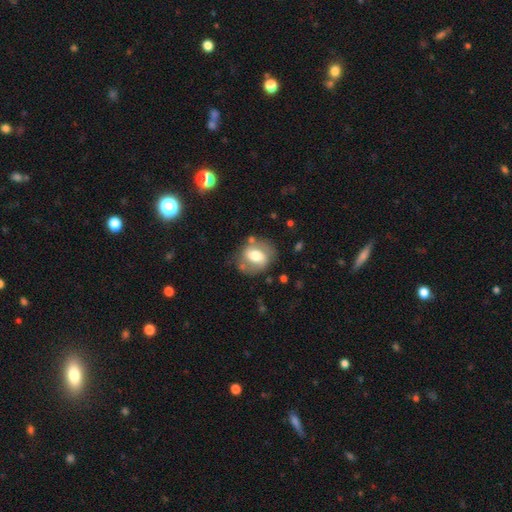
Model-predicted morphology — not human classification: type=smooth (54%); roundness=in between (53%); merging=none (67%).